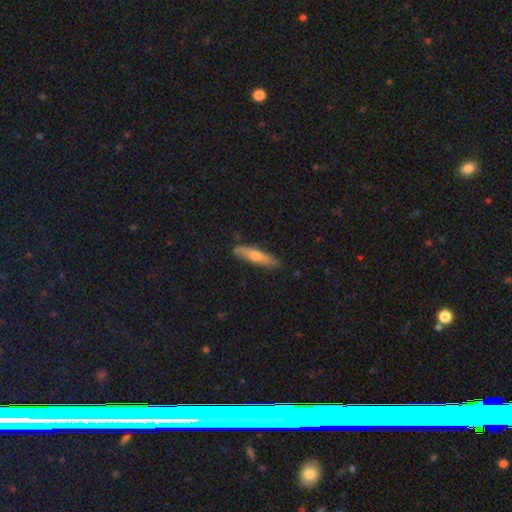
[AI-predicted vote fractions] Overall: smooth (52%; featured or disk 42%). How rounded: cigar-shaped (80%). Merging: none (85%).